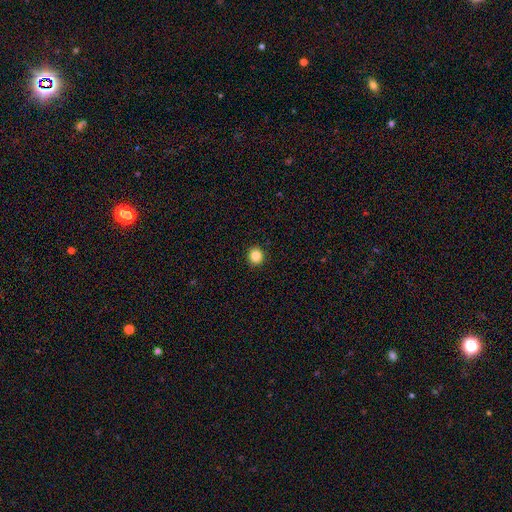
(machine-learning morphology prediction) Q: Smooth or featured?
A: smooth (86%); runner-up: star or artifact (10%)
Q: How rounded?
A: round (91%); runner-up: in between (8%)
Q: Merging?
A: none (93%); runner-up: minor disturbance (5%)